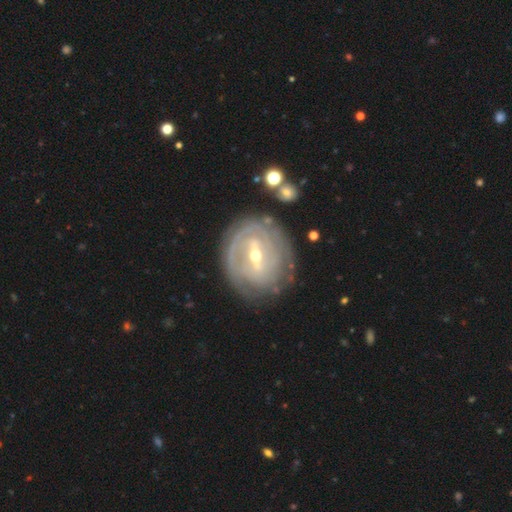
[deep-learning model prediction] A featured or disk galaxy (84%) with a strong bar (48%), tight (76%) spiral arms (82%) and a small central bulge (52%).

Vote fractions:
- Smooth or featured? featured or disk: 84% / smooth: 11% / star or artifact: 5%
- Edge-on disk? no: 94% / yes: 6%
- Bar? strong: 48% / weak: 40% / no: 13%
- Spiral arms? yes: 82% / no: 18%
- Spiral winding? tight: 76% / medium: 18% / loose: 6%
- Spiral arm count? can't tell: 47% / 2: 24% / 3: 12% / 4: 7% / 1: 5% / more than 4: 4%
- Bulge size? small: 52% / moderate: 45% / large: 2% / none: 1% / dominant: 1%
- Merging? none: 75% / minor disturbance: 16% / major disturbance: 7% / merger: 3%